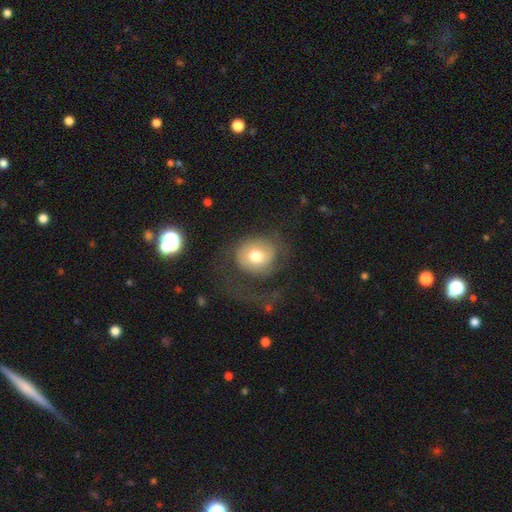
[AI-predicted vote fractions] Overall: smooth (56%; featured or disk 36%). How rounded: round (77%). Merging: none (44%; major disturbance 37%).